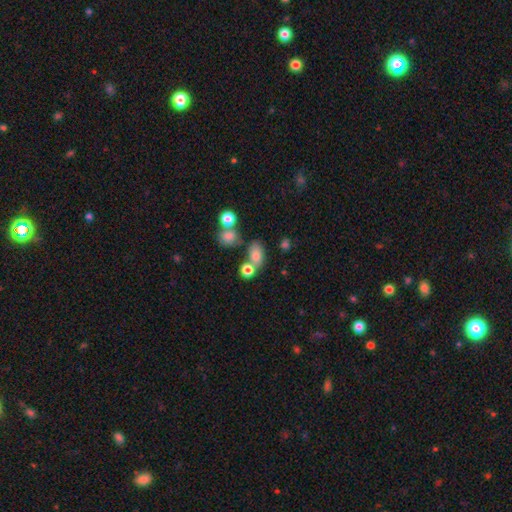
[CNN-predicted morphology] Q: Smooth or featured?
A: smooth (76%); runner-up: star or artifact (13%)
Q: How rounded?
A: in between (77%); runner-up: round (21%)
Q: Merging?
A: none (53%); runner-up: merger (26%)